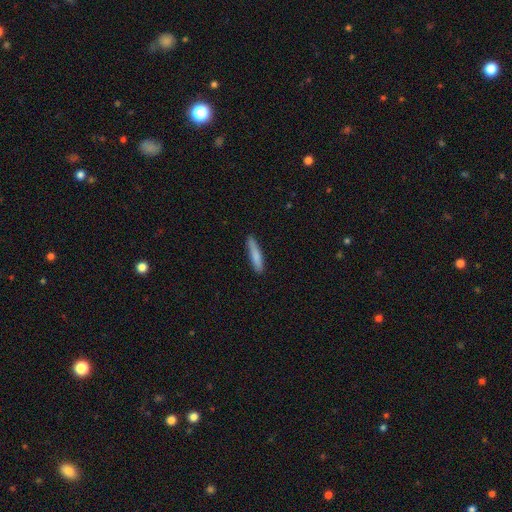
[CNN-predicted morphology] This appears to be a smooth galaxy with no disk features (81%) that is cigar-shaped (87%). Merging: none (83%).